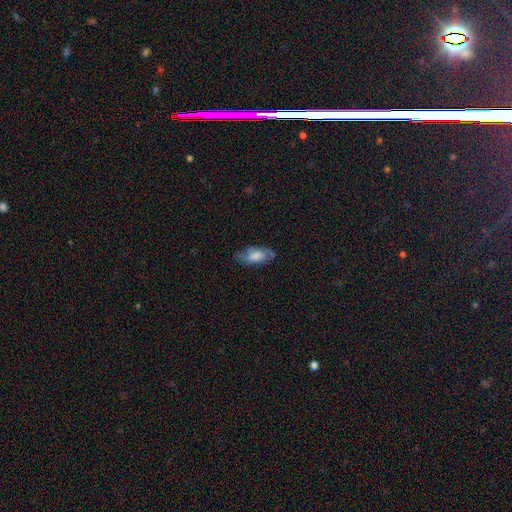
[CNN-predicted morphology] Smooth or featured? Predicted: smooth (p=0.58). How rounded? Predicted: in between (p=0.87). Merging? Predicted: none (p=0.69).